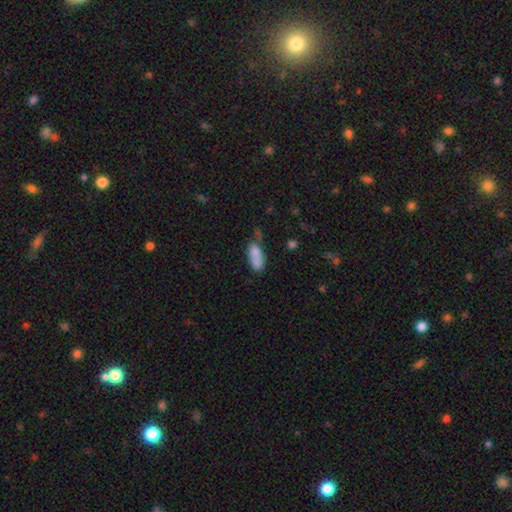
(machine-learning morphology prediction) Q: Smooth or featured?
A: smooth (77%); runner-up: featured or disk (14%)
Q: How rounded?
A: in between (84%); runner-up: cigar-shaped (12%)
Q: Merging?
A: none (37%); runner-up: minor disturbance (27%)